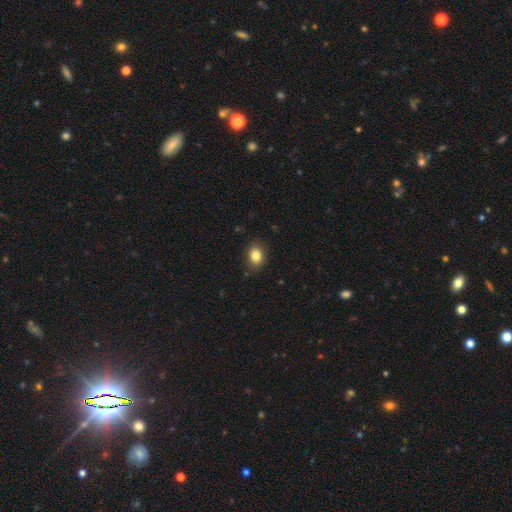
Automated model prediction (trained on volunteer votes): smooth 84%, star or artifact 10%, featured or disk 6%. Down the decision tree: how rounded — in between (55%); merging — none (85%).